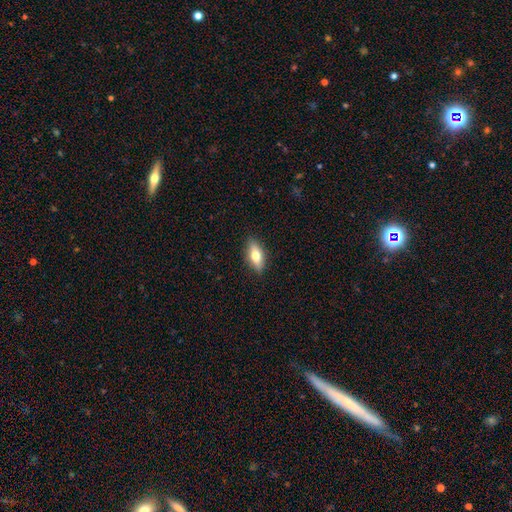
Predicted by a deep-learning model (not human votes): Smooth or featured?
  - smooth: 64% *
  - featured or disk: 29%
  - star or artifact: 7%
How rounded?
  - in between: 71% *
  - cigar-shaped: 26%
  - round: 4%
Merging?
  - none: 87% *
  - minor disturbance: 9%
  - major disturbance: 2%
  - merger: 1%